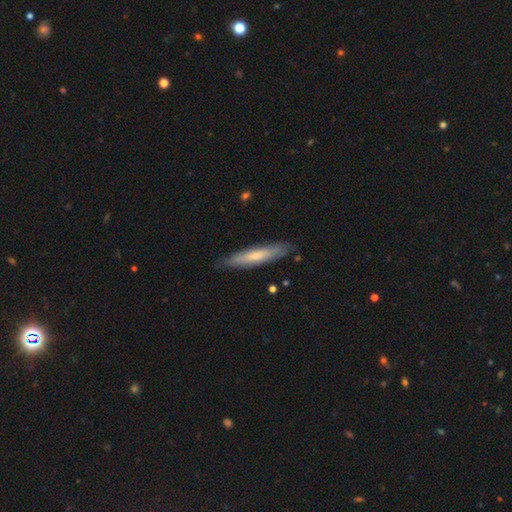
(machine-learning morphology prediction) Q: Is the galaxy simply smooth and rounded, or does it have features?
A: smooth — 59%.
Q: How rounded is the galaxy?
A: cigar-shaped — 86%.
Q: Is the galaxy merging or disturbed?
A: none — 83%.